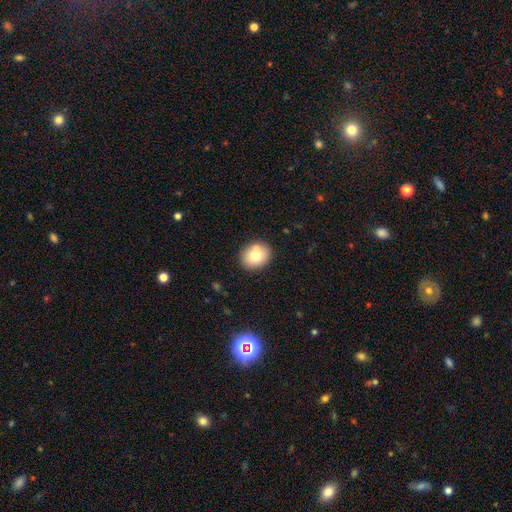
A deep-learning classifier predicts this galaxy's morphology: Smooth or featured? smooth (76%)
How rounded? round (53%)
Merging? none (77%)